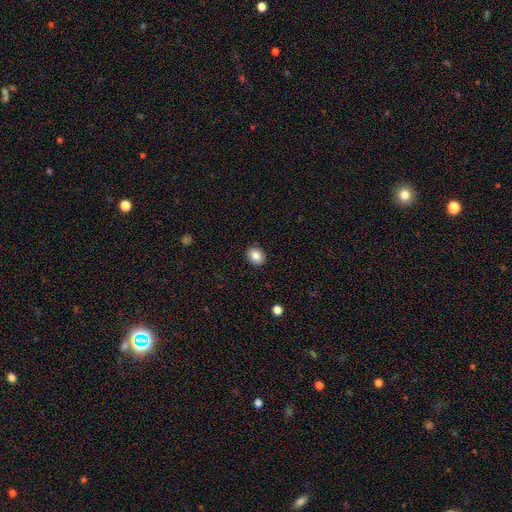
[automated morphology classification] The model was most divided on "how rounded": in between: 52%, round: 47%, cigar-shaped: 1%. More confident: merging — none (89%); smooth or featured — smooth (85%).